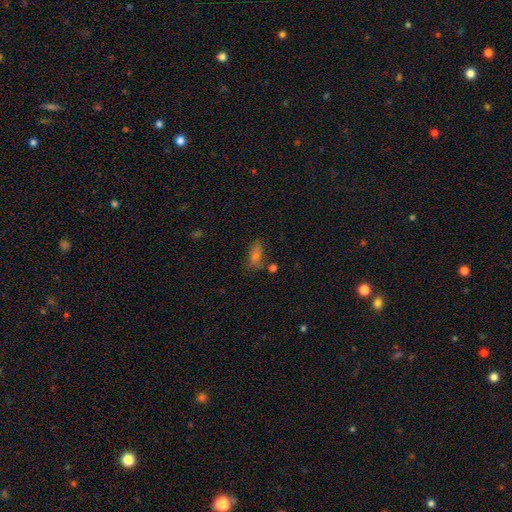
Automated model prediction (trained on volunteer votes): Overall: smooth (62%). How rounded: in between (79%). Merging: none (68%).